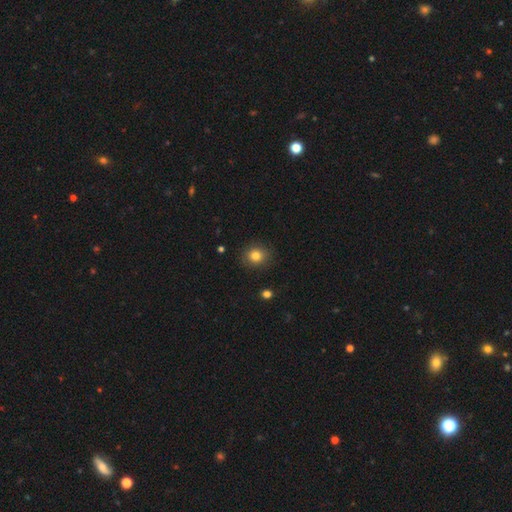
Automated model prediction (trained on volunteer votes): Morphology: type=smooth (82%); roundness=round (82%); merging=none (88%).